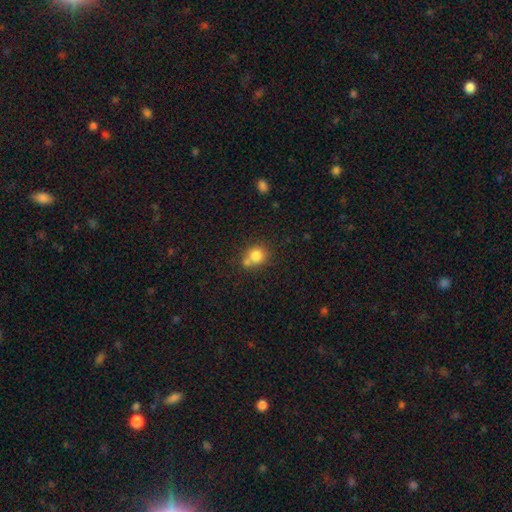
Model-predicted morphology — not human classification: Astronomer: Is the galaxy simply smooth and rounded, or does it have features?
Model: smooth — 80%.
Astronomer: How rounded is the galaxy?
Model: round — 82%.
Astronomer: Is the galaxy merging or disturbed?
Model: none — 52% (runner-up: merger, 34%).